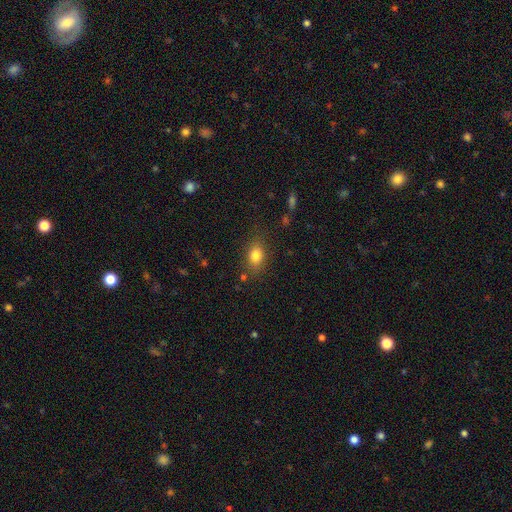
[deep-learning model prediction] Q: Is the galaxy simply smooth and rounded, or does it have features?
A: smooth — 81%.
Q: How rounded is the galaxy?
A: in between — 73%.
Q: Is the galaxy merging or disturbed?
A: none — 79%.